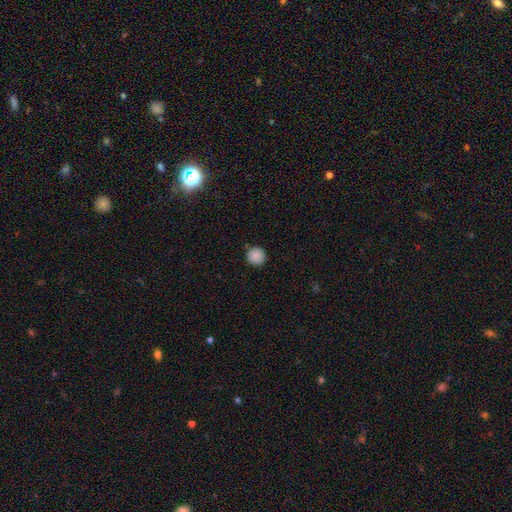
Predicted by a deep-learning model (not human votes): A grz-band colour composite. It shows a smooth galaxy with no disk features (88%) that is round (95%). Merging: none (90%).